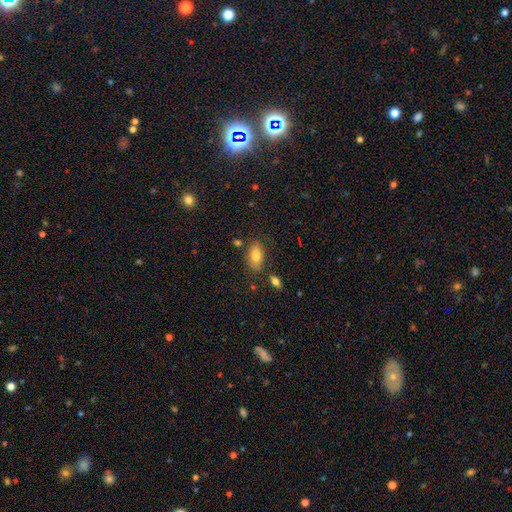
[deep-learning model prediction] Smooth or featured? smooth (79%)
How rounded? in between (91%)
Merging? none (78%)